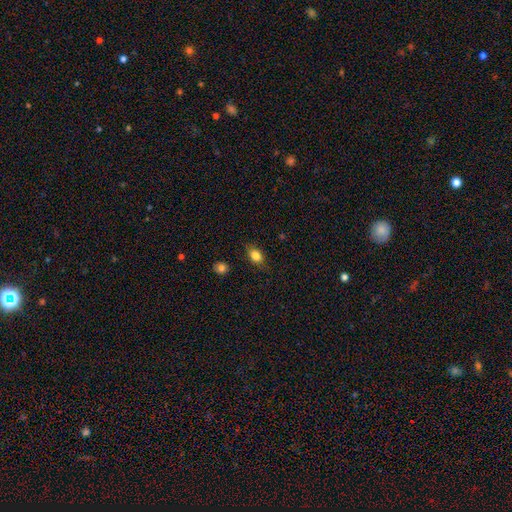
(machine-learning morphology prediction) Smooth or featured? smooth (82%)
How rounded? in between (76%)
Merging? none (80%)